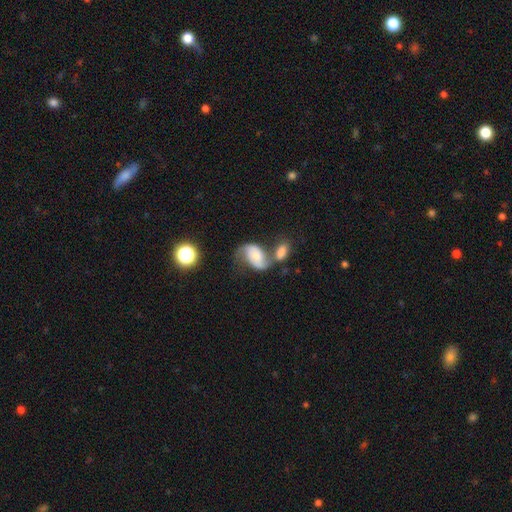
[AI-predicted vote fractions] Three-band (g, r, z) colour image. It shows a featured or disk galaxy (59%) with no bar (62%), spiral arms (86%) and a small central bulge (43%). Merging: merger (47%).